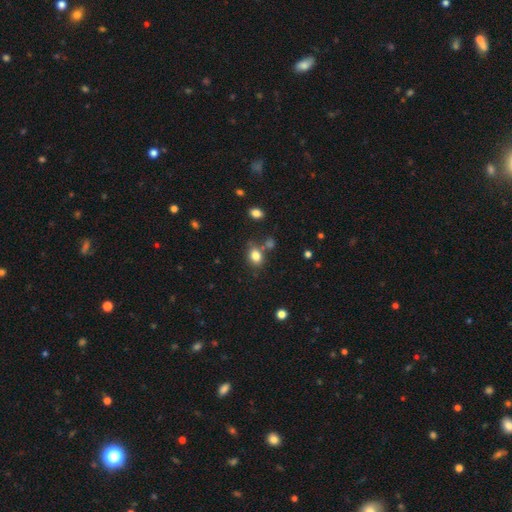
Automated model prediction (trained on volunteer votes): Morphology: type=smooth (81%); roundness=in between (62%); merging=none (69%).